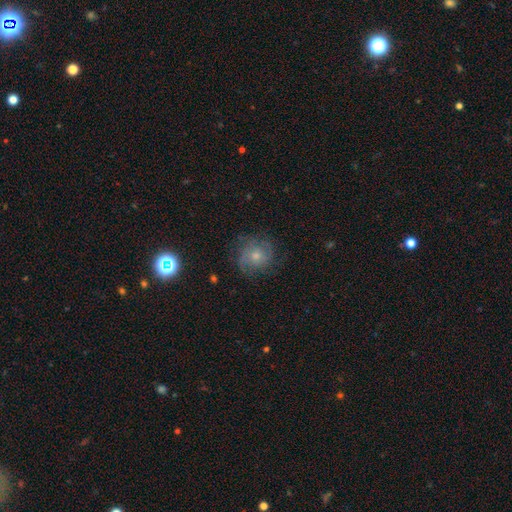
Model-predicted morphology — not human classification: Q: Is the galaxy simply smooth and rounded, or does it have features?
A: featured or disk — 48%.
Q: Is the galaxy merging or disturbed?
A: none — 72%.